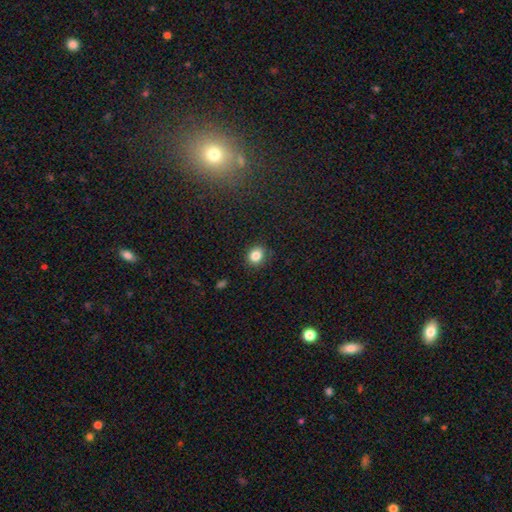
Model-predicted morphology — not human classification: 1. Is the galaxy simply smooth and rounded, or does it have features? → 84% smooth, 11% star or artifact, 5% featured or disk.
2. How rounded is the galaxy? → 66% round, 33% in between, 1% cigar-shaped.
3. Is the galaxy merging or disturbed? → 86% none, 10% minor disturbance, 3% major disturbance, 1% merger.